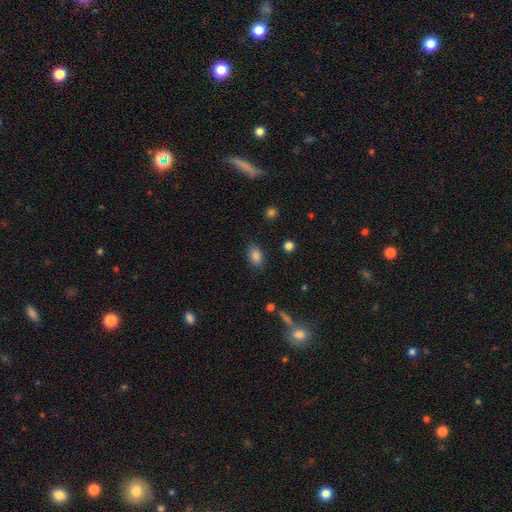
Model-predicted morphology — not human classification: type=smooth (85%); roundness=in between (85%); merging=none (83%).